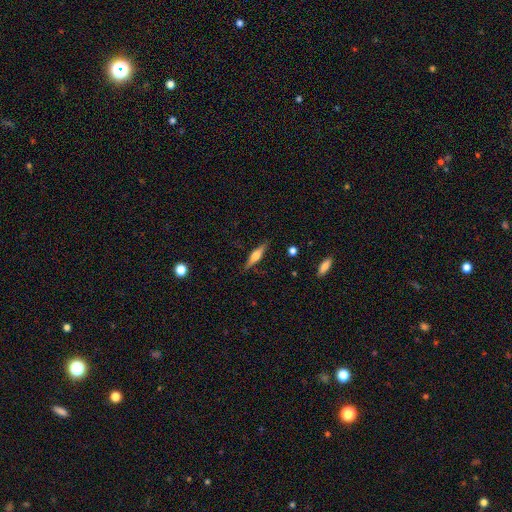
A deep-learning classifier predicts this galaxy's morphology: A featured or disk galaxy (58%) viewed edge-on (96%) with a rounded central bulge (85%).

Vote fractions:
- Smooth or featured? featured or disk: 58% / smooth: 35% / star or artifact: 7%
- Edge-on disk? yes: 96% / no: 4%
- Edge-on bulge? rounded: 85% / boxy: 12% / none: 4%
- Merging? none: 86% / minor disturbance: 10% / major disturbance: 2% / merger: 1%